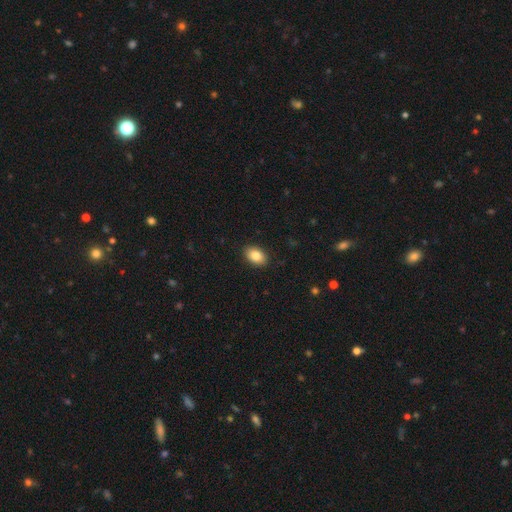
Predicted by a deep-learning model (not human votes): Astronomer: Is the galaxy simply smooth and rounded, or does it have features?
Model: smooth — 85%.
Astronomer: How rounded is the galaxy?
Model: in between — 87%.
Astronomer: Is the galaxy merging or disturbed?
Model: none — 90%.